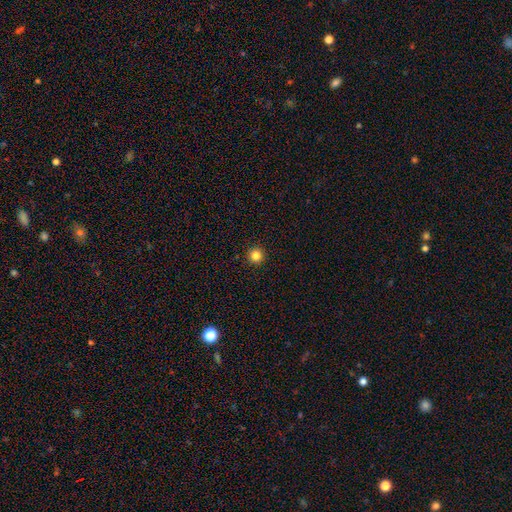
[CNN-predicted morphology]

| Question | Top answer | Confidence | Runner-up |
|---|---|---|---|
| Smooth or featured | smooth | 83% | star or artifact (13%) |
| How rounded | round | 96% | in between (3%) |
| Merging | none | 94% | minor disturbance (4%) |